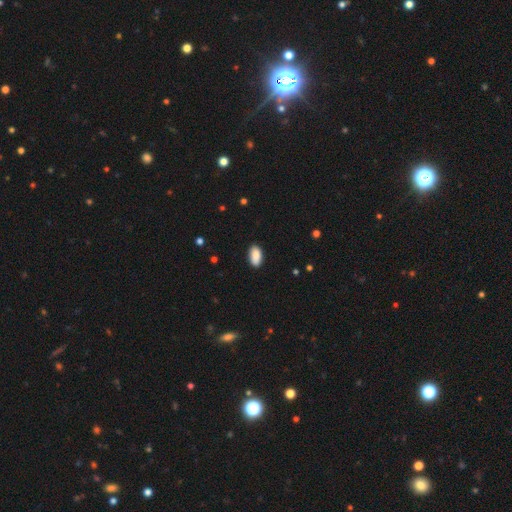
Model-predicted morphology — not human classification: type=smooth (89%); roundness=in between (94%); merging=none (86%).